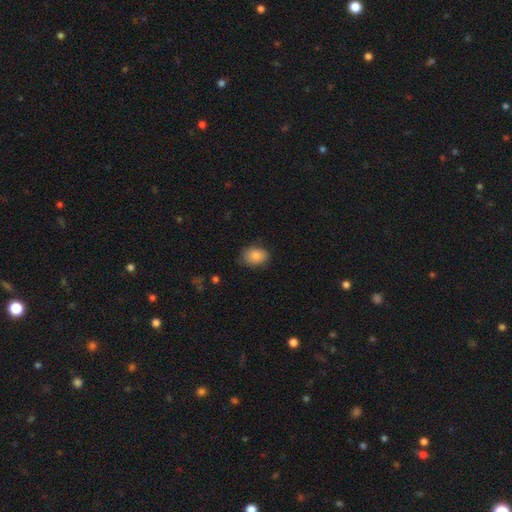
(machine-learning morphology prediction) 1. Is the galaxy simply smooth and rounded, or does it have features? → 87% smooth, 8% star or artifact, 6% featured or disk.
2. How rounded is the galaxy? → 74% in between, 25% round, 1% cigar-shaped.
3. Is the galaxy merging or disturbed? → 77% none, 18% minor disturbance, 4% major disturbance, 1% merger.